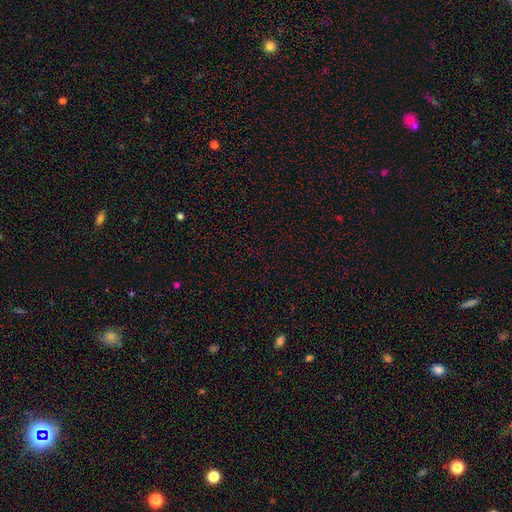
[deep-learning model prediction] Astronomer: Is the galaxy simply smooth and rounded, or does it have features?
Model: star or artifact — 69%.